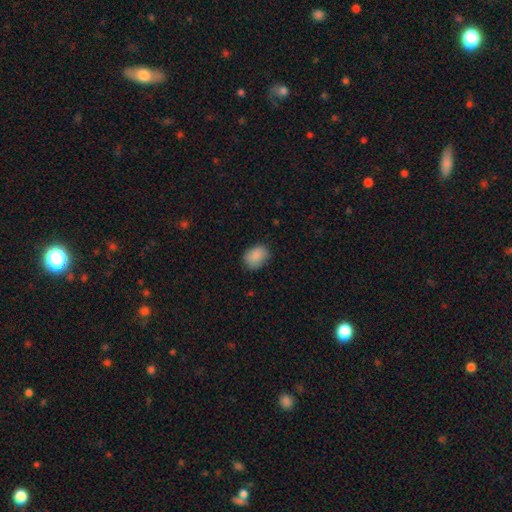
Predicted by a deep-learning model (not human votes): Q: Smooth or featured?
A: smooth (88%); runner-up: star or artifact (8%)
Q: How rounded?
A: in between (66%); runner-up: round (33%)
Q: Merging?
A: none (77%); runner-up: minor disturbance (18%)